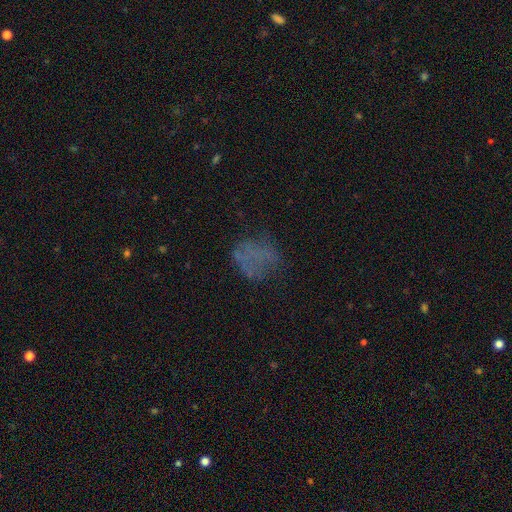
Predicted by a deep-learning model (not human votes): A smooth galaxy with no disk features (45%). Merging: none (56%).